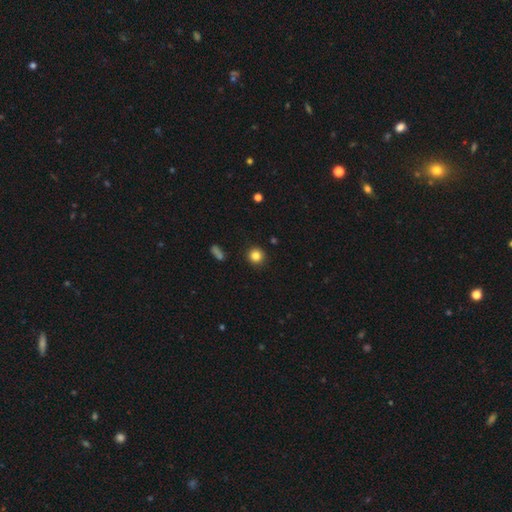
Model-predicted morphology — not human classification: smooth-or-featured: smooth: 84% | star or artifact: 11% | featured or disk: 5%
  how-rounded: round: 94% | in between: 5% | cigar-shaped: 1%
  merging: none: 91% | minor disturbance: 5% | major disturbance: 2% | merger: 1%